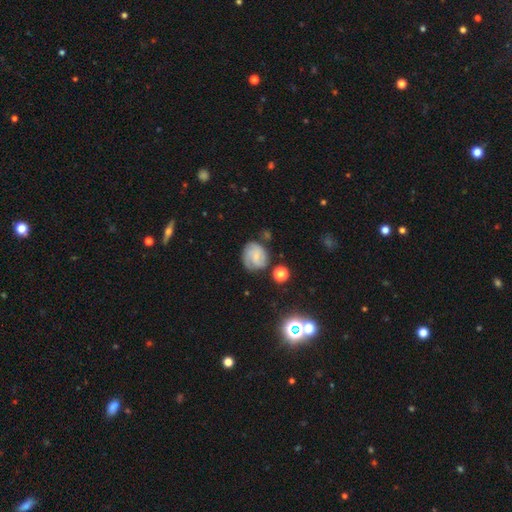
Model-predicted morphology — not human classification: smooth_or_featured: featured or disk (p=0.59) [alt: smooth p=0.33]
disk_edge_on: no (p=0.98) [alt: yes p=0.02]
bar: no (p=0.54) [alt: weak p=0.38]
has_spiral_arms: yes (p=0.89) [alt: no p=0.11]
spiral_winding: tight (p=0.49) [alt: medium p=0.38]
spiral_arm_count: 2 (p=0.34) [alt: can't tell p=0.27]
bulge_size: small (p=0.58) [alt: none p=0.21]
merging: none (p=0.64) [alt: minor disturbance p=0.22]